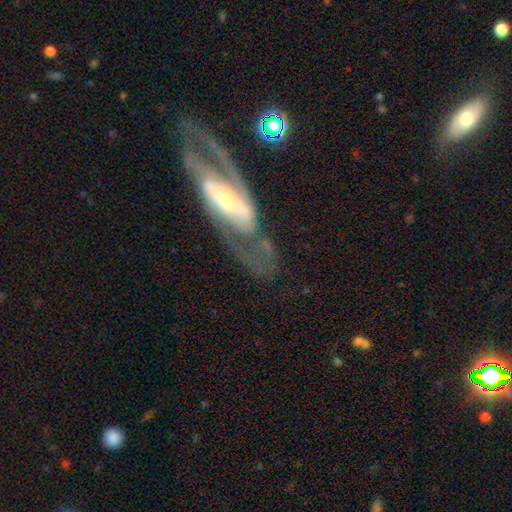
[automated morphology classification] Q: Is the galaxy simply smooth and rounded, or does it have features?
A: featured or disk — 85%.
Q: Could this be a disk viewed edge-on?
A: no — 88%.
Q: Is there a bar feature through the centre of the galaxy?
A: strong — 49%.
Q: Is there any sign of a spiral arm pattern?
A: yes — 88%.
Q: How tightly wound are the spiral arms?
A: medium — 50%.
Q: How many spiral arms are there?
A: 2 — 84%.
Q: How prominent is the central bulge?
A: small — 59%.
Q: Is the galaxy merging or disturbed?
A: none — 73%.